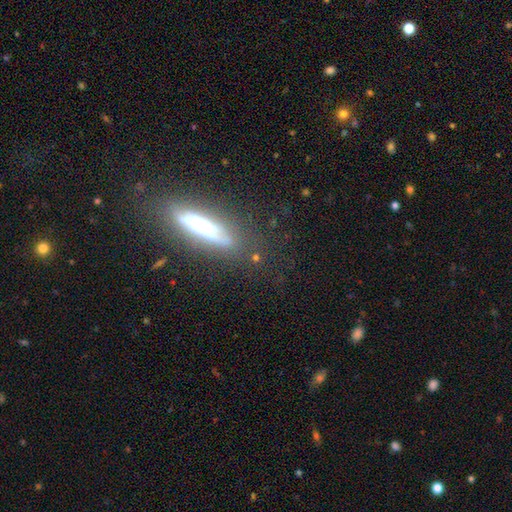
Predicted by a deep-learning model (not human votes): smooth-or-featured: featured or disk: 60% | smooth: 28% | star or artifact: 12%
  disk-edge-on: yes: 64% | no: 36%
  merging: none: 70% | minor disturbance: 16% | major disturbance: 8% | merger: 5%